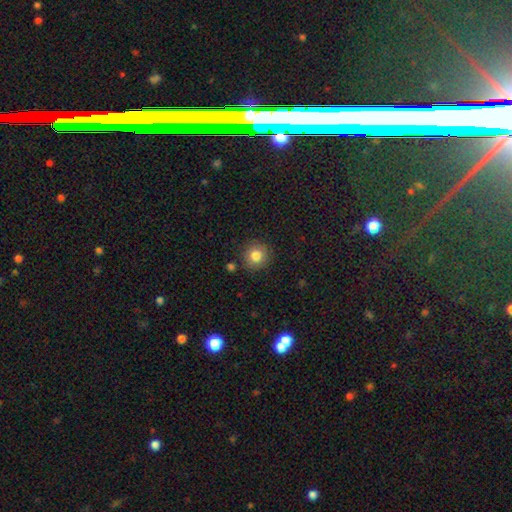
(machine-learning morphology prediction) smooth 83%, star or artifact 10%, featured or disk 7%. Down the decision tree: how rounded — round (91%); merging — none (87%).